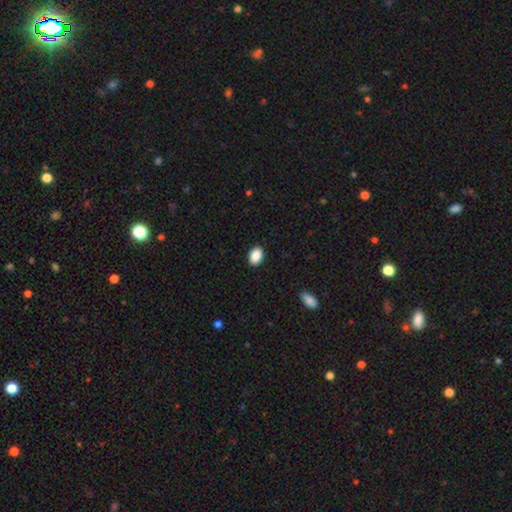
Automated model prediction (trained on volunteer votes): smooth 89%, star or artifact 8%, featured or disk 3%. Down the decision tree: how rounded — in between (82%); merging — none (91%).